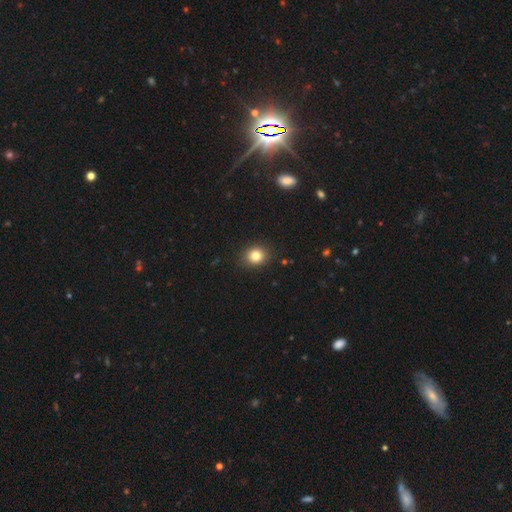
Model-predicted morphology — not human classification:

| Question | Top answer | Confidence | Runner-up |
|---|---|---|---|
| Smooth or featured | smooth | 82% | star or artifact (11%) |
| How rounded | round | 72% | in between (27%) |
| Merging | none | 89% | minor disturbance (8%) |